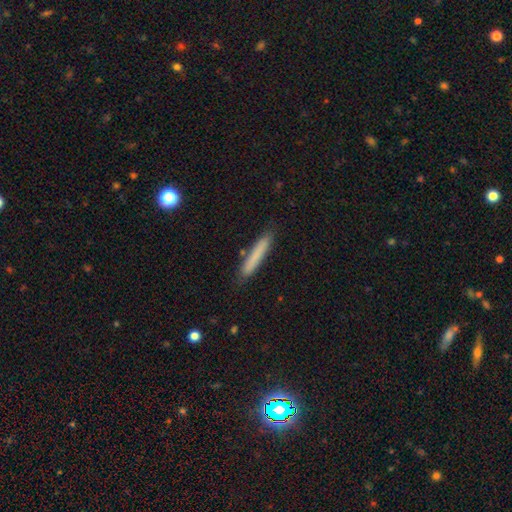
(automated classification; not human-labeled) A smooth galaxy with no disk features (78%) that is cigar-shaped (95%). Merging: none (86%).